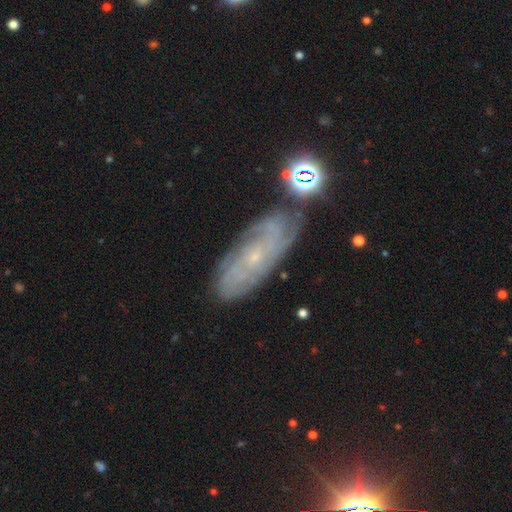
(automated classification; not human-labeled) Overall: featured or disk (75%). Edge-on disk: no (88%). Bar: no (73%). Spiral arms: yes (93%). Spiral arm count: can't tell (47%; 2 16%). Spiral winding: tight (71%). Bulge size: small (83%). Merging: none (75%).